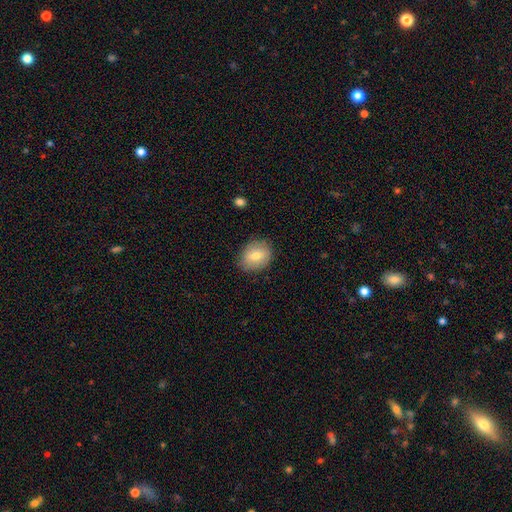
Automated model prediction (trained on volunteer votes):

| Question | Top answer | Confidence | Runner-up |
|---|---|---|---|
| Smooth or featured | smooth | 75% | featured or disk (17%) |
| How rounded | in between | 51% | round (48%) |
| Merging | none | 85% | minor disturbance (11%) |